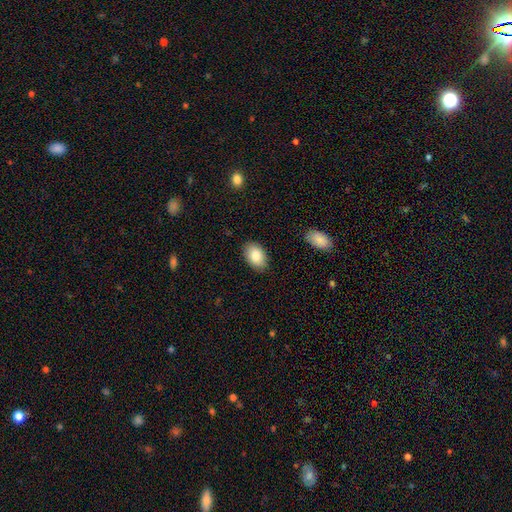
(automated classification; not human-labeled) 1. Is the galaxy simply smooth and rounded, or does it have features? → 84% smooth, 9% featured or disk, 7% star or artifact.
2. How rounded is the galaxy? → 91% in between, 8% round, 1% cigar-shaped.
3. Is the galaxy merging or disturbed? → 87% none, 10% minor disturbance, 2% major disturbance, 1% merger.